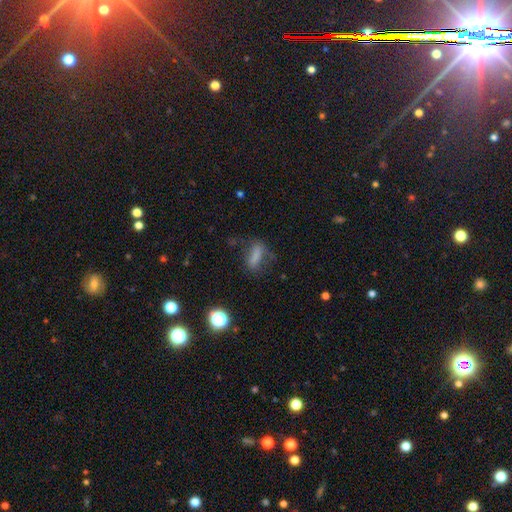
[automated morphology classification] smooth_or_featured: smooth (p=0.70) [alt: star or artifact p=0.15]
how_rounded: in between (p=0.58) [alt: cigar-shaped p=0.35]
merging: none (p=0.56) [alt: minor disturbance p=0.24]